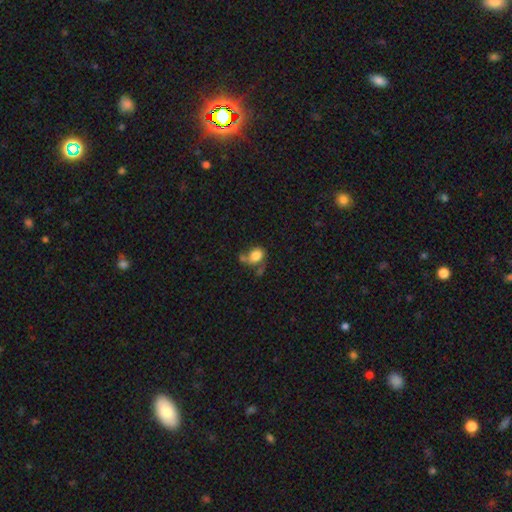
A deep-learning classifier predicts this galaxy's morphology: Q: Smooth or featured?
A: smooth (78%); runner-up: featured or disk (12%)
Q: How rounded?
A: in between (61%); runner-up: round (37%)
Q: Merging?
A: none (37%); runner-up: merger (27%)